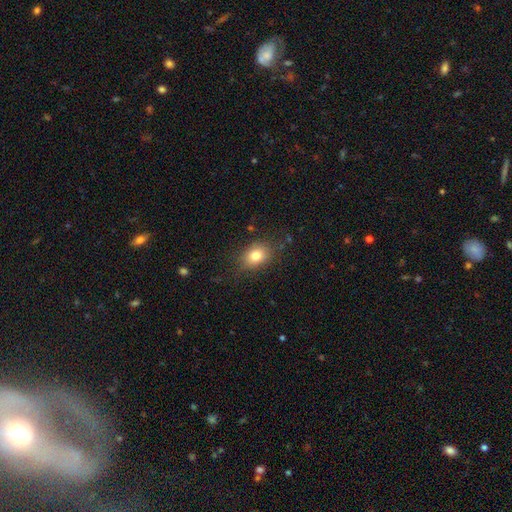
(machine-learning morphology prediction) Smooth or featured? smooth (78%)
How rounded? in between (62%)
Merging? none (78%)